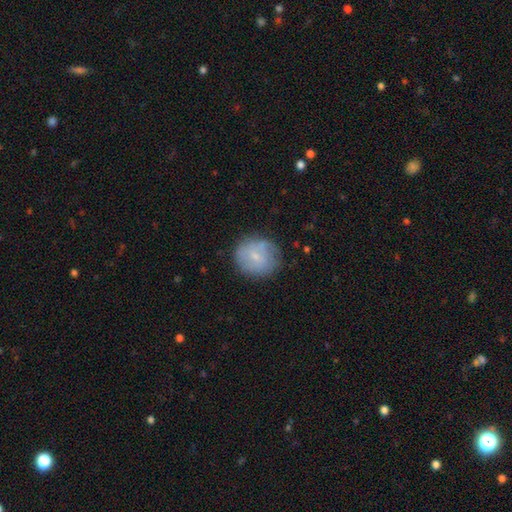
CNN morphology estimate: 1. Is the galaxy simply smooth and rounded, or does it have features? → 62% smooth, 29% featured or disk, 8% star or artifact.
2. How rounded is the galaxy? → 83% round, 16% in between, 1% cigar-shaped.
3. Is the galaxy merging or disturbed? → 73% none, 19% minor disturbance, 6% major disturbance, 2% merger.